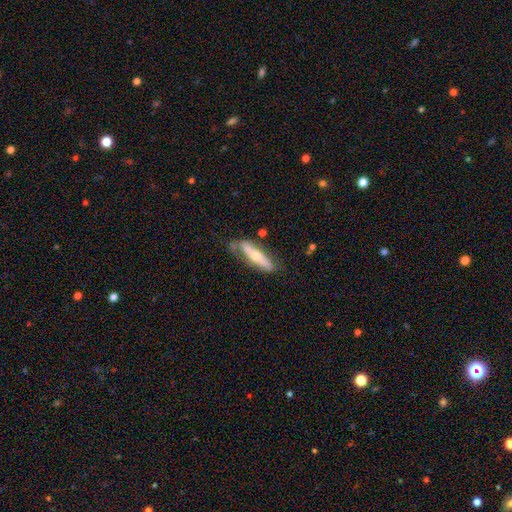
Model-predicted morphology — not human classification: Q: Smooth or featured?
A: featured or disk (50%); runner-up: smooth (44%)
Q: Edge-on disk?
A: yes (66%); runner-up: no (34%)
Q: Merging?
A: none (59%); runner-up: minor disturbance (26%)